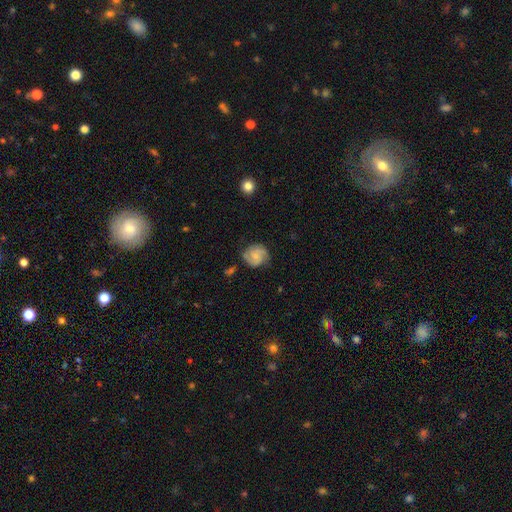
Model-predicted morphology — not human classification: Overall: featured or disk (62%; smooth 31%). Edge-on disk: no (98%). Bar: no (64%; weak 31%). Spiral arms: yes (93%). Spiral arm count: 2 (68%). Spiral winding: tight (44%; medium 42%). Bulge size: small (58%; moderate 22%). Merging: none (74%).